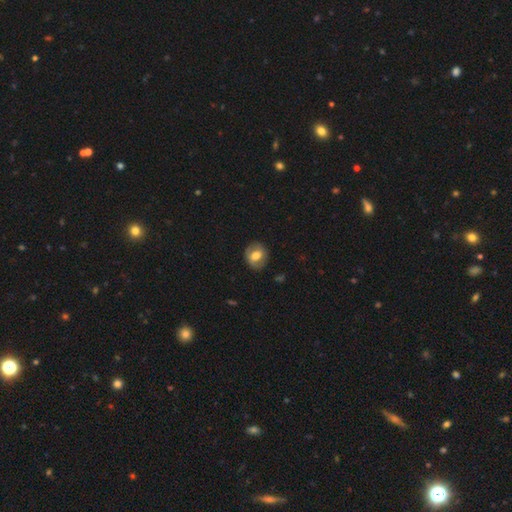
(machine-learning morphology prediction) Smooth or featured?
  - smooth: 59% *
  - featured or disk: 34%
  - star or artifact: 7%
How rounded?
  - round: 62% *
  - in between: 36%
  - cigar-shaped: 1%
Merging?
  - none: 82% *
  - minor disturbance: 13%
  - major disturbance: 4%
  - merger: 1%